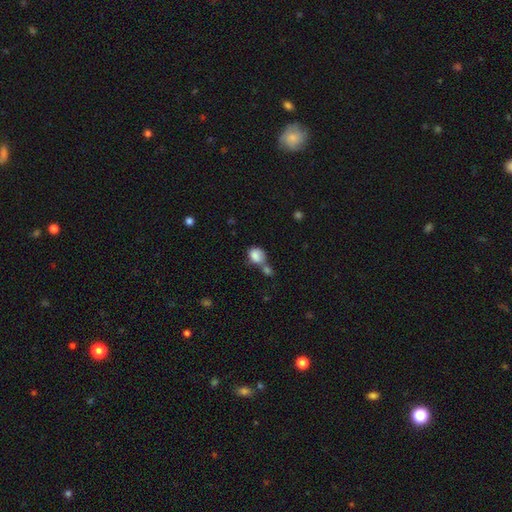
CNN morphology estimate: smooth_or_featured: smooth (p=0.84) [alt: star or artifact p=0.08]
how_rounded: round (p=0.57) [alt: in between p=0.42]
merging: merger (p=0.45) [alt: none p=0.34]